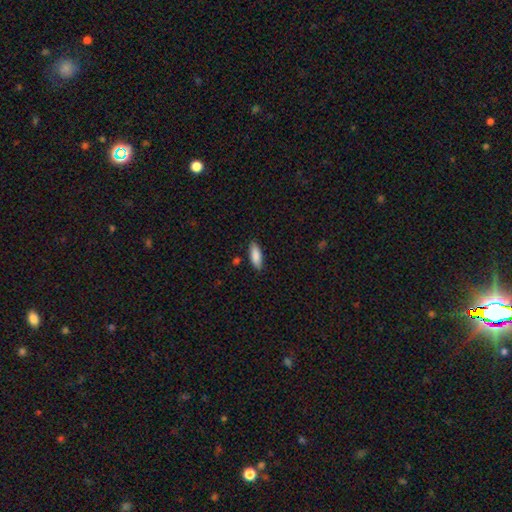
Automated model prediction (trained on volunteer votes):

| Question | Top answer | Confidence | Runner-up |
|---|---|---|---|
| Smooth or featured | smooth | 88% | featured or disk (6%) |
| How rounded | in between | 68% | cigar-shaped (31%) |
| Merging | none | 85% | minor disturbance (11%) |